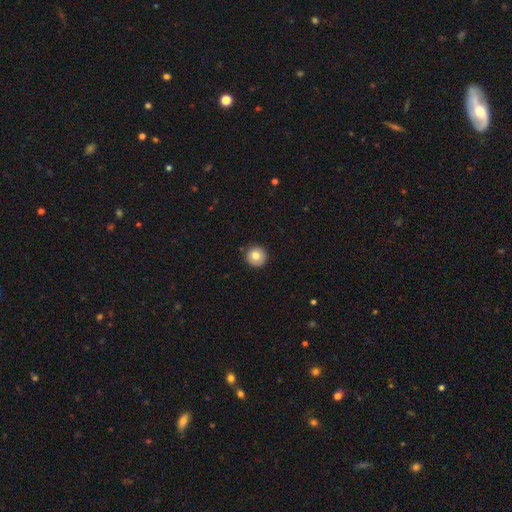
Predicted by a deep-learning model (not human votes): This is likely a smooth galaxy (79%). How rounded: clearly round (96%). Merging: clearly none (92%).